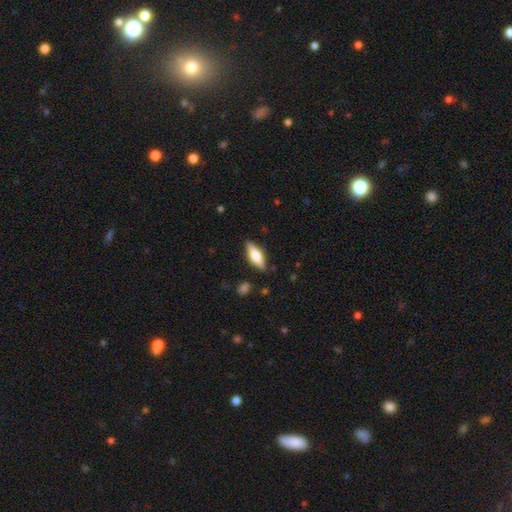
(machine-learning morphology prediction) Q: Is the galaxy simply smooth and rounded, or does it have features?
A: smooth — 50%.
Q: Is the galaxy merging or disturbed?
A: none — 86%.